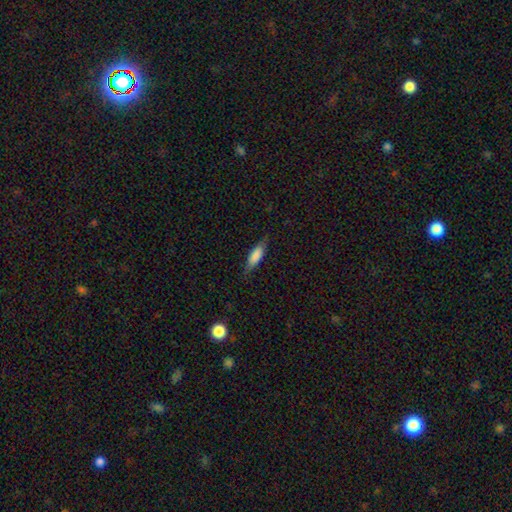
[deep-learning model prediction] This is likely a smooth galaxy (75%). How rounded: possibly in between (52%). Merging: likely none (77%).